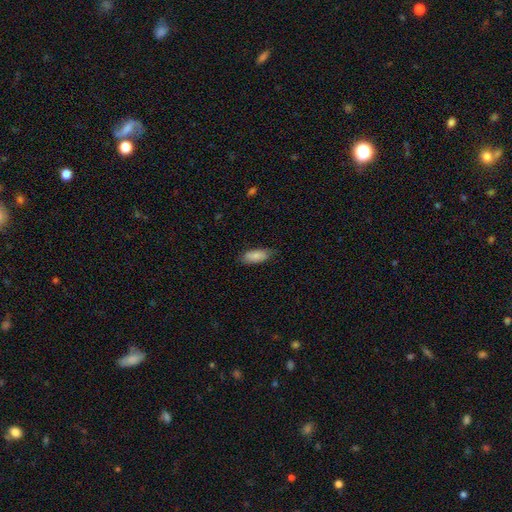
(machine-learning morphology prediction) A smooth galaxy with no disk features (84%) that is in between round and cigar-shaped (84%).

Vote fractions:
- Smooth or featured? smooth: 84% / featured or disk: 10% / star or artifact: 6%
- How rounded? in between: 84% / cigar-shaped: 14% / round: 2%
- Merging? none: 79% / minor disturbance: 17% / major disturbance: 3% / merger: 1%